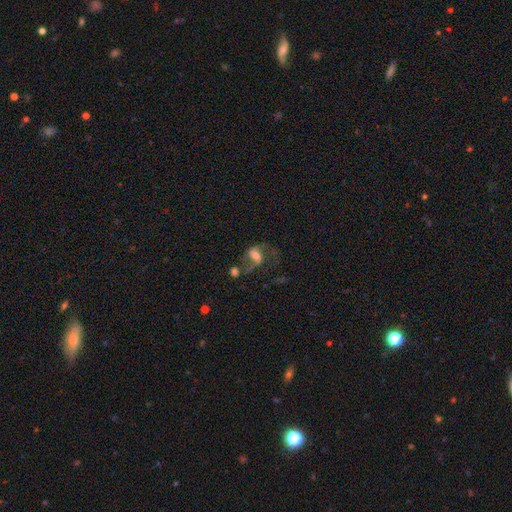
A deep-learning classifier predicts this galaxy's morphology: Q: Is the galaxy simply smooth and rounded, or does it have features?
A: featured or disk — 65%.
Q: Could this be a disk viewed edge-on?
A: no — 96%.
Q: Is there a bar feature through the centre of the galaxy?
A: weak — 44%.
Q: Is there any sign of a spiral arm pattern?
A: yes — 83%.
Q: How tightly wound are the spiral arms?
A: loose — 61%.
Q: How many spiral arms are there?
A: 2 — 80%.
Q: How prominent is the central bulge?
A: moderate — 59%.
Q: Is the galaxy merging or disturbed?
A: none — 39%.